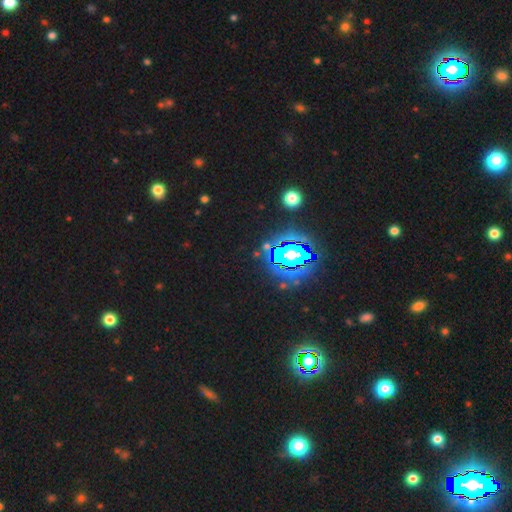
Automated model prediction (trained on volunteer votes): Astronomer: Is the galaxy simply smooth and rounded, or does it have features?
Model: star or artifact — 85%.